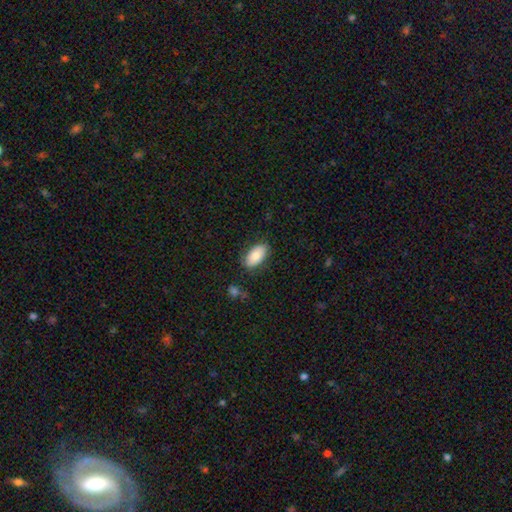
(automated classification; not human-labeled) This is likely a smooth galaxy (80%). How rounded: clearly in between (94%). Merging: clearly none (81%).